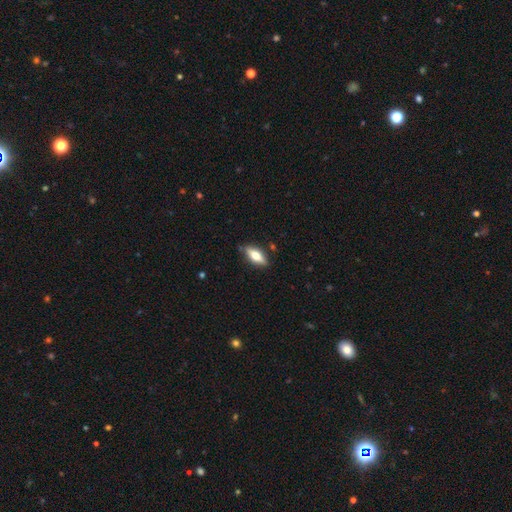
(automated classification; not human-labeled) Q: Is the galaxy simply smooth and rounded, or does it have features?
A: smooth — 66%.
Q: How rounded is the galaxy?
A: in between — 73%.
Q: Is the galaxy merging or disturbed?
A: none — 82%.